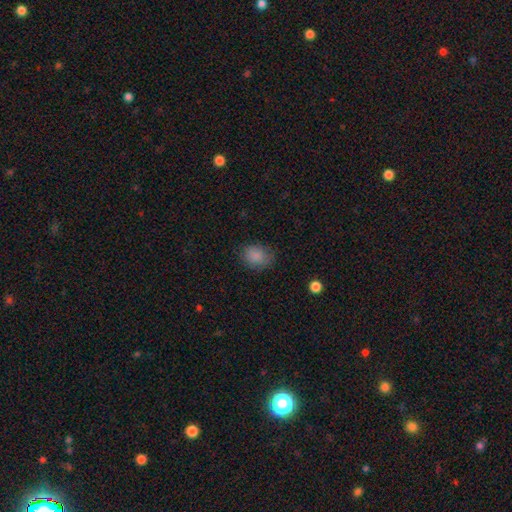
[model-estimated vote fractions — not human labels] smooth 85%, star or artifact 10%, featured or disk 5%. Down the decision tree: how rounded — round (50%); merging — none (74%).